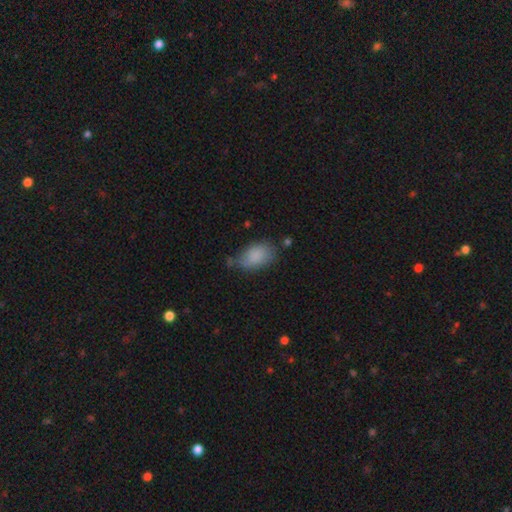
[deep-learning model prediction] Overall: smooth (86%). How rounded: in between (91%). Merging: none (60%; minor disturbance 28%).